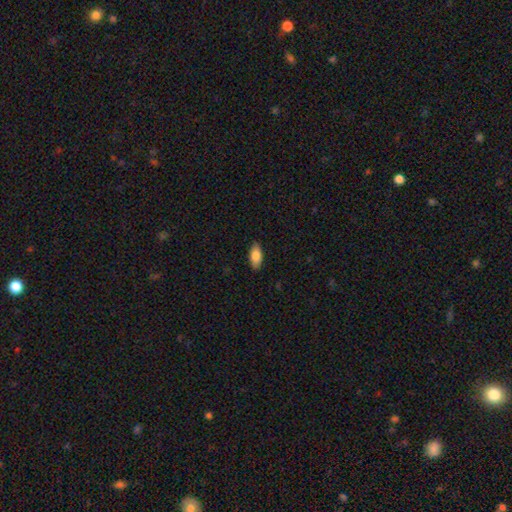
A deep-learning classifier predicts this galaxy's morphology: type=smooth (81%); roundness=in between (87%); merging=none (88%).